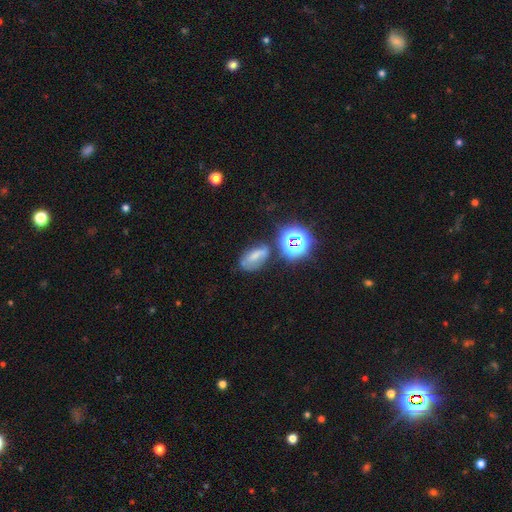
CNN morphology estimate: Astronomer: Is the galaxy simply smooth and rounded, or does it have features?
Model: smooth — 50% (runner-up: star or artifact, 28%).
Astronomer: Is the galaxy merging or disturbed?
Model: none — 53%.